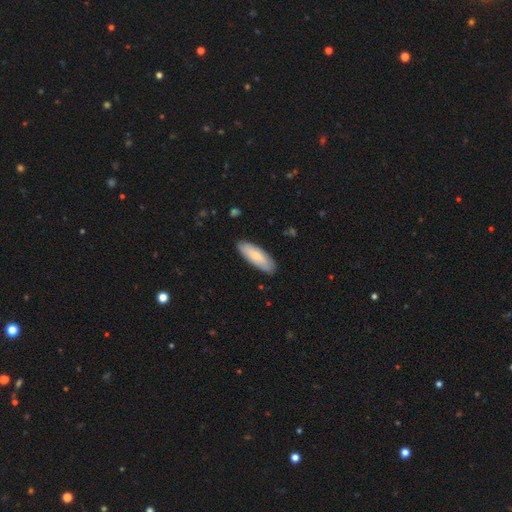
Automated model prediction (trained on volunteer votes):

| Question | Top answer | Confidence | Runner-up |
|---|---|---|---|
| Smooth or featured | smooth | 74% | featured or disk (21%) |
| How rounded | in between | 65% | cigar-shaped (33%) |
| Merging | none | 87% | minor disturbance (10%) |